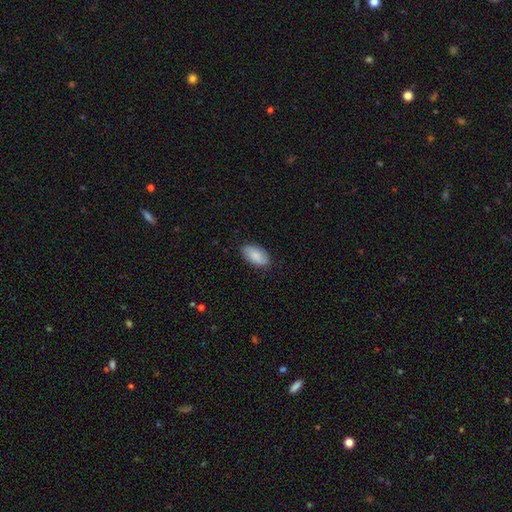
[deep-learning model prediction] A smooth galaxy with no disk features (81%) that is in between round and cigar-shaped (94%).

Vote fractions:
- Smooth or featured? smooth: 81% / featured or disk: 13% / star or artifact: 6%
- How rounded? in between: 94% / round: 3% / cigar-shaped: 3%
- Merging? none: 84% / minor disturbance: 12% / major disturbance: 2% / merger: 1%